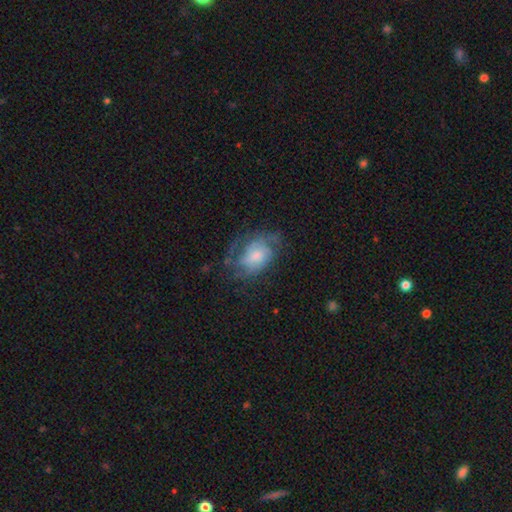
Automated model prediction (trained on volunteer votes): Smooth or featured: featured or disk — 62% (smooth — 31%)
Edge-on disk: no — 97% (yes — 3%)
Bar: no — 65% (weak — 31%)
Spiral arms: yes — 81% (no — 19%)
Bulge size: moderate — 39% (small — 32%)
Merging: none — 49% (minor disturbance — 26%)